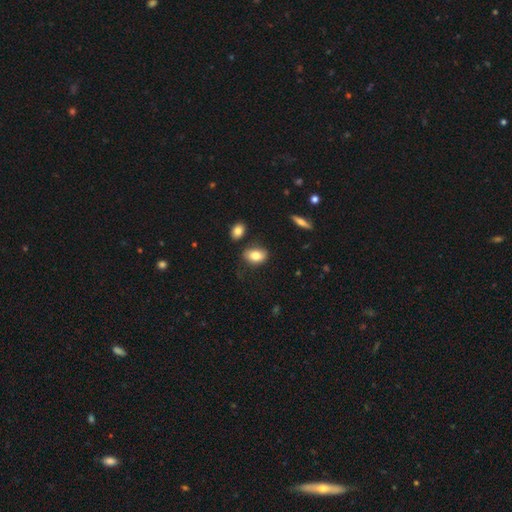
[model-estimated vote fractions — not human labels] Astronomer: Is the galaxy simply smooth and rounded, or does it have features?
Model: smooth — 78%.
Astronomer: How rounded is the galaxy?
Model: in between — 83%.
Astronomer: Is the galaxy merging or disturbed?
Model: none — 75%.